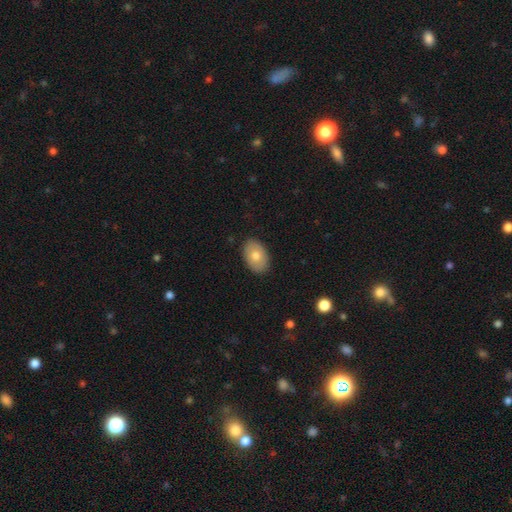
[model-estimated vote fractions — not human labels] Morphology: type=smooth (74%); roundness=in between (87%); merging=none (89%).